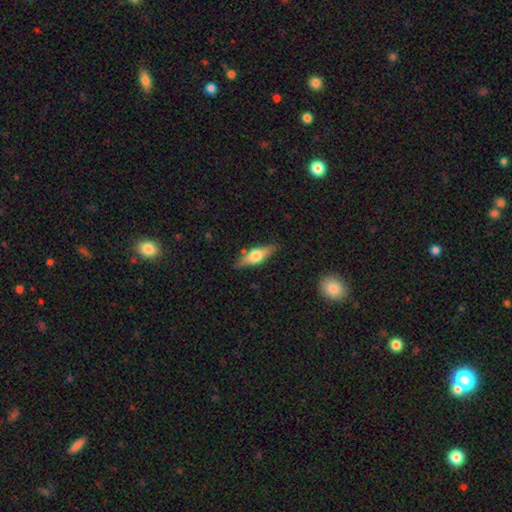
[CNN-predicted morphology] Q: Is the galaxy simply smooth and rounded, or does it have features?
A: featured or disk — 53%.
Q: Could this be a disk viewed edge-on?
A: yes — 92%.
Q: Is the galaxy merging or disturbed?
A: none — 84%.